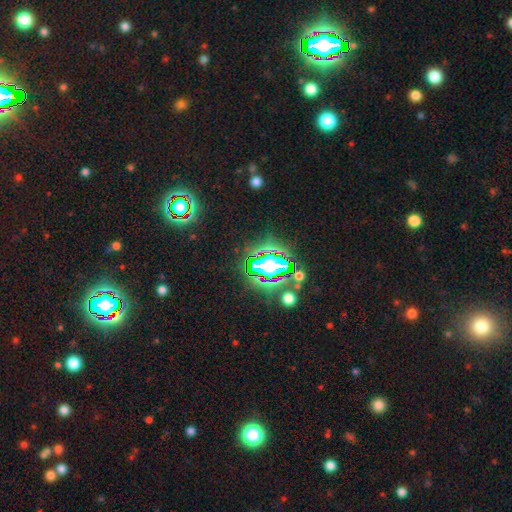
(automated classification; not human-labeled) Q: Smooth or featured?
A: star or artifact (83%); runner-up: smooth (10%)